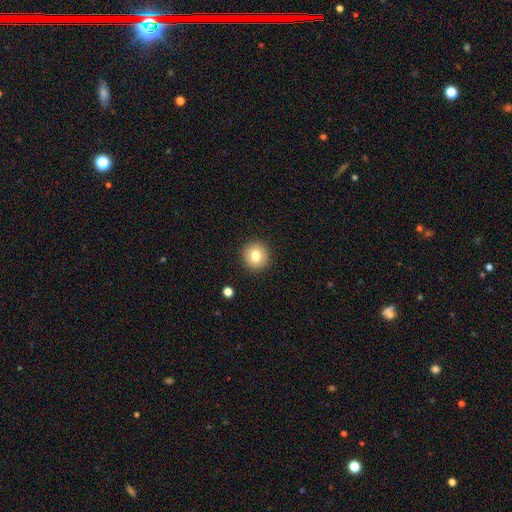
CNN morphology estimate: Smooth or featured?
  - smooth: 79% *
  - featured or disk: 11%
  - star or artifact: 10%
How rounded?
  - round: 93% *
  - in between: 6%
  - cigar-shaped: 1%
Merging?
  - none: 92% *
  - minor disturbance: 5%
  - major disturbance: 2%
  - merger: 1%